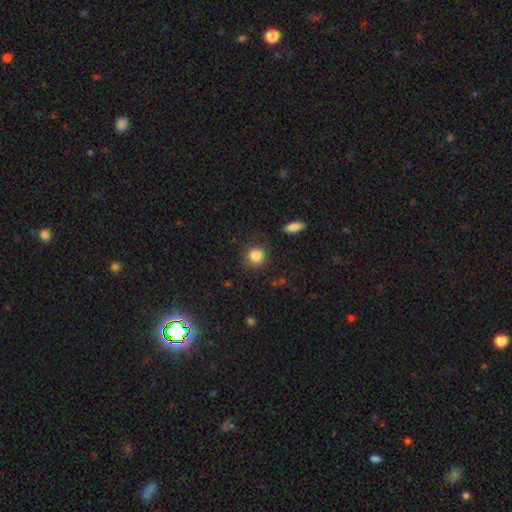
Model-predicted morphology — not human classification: A smooth galaxy with no disk features (85%) that is round (90%).

Vote fractions:
- Smooth or featured? smooth: 85% / star or artifact: 10% / featured or disk: 5%
- How rounded? round: 90% / in between: 9% / cigar-shaped: 1%
- Merging? none: 85% / minor disturbance: 10% / major disturbance: 3% / merger: 2%